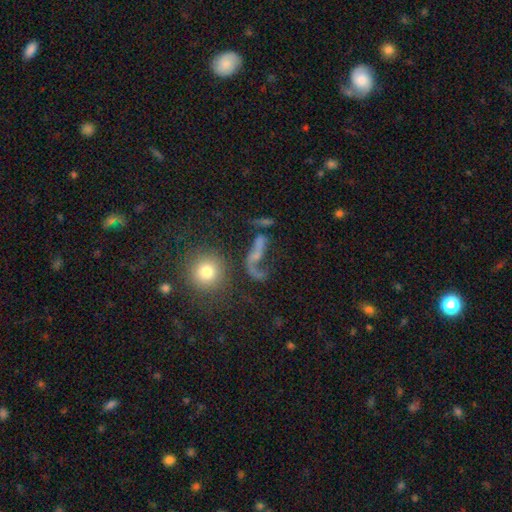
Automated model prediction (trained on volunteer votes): A smooth galaxy with no disk features (46%). Merging: none (70%).